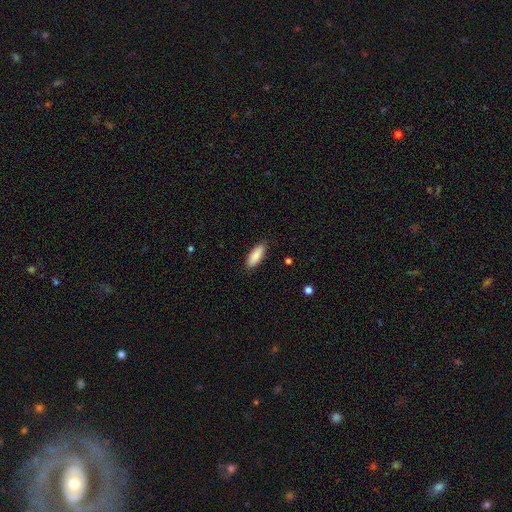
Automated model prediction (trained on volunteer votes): This is clearly a smooth galaxy (88%). How rounded: likely in between (71%). Merging: clearly none (87%).